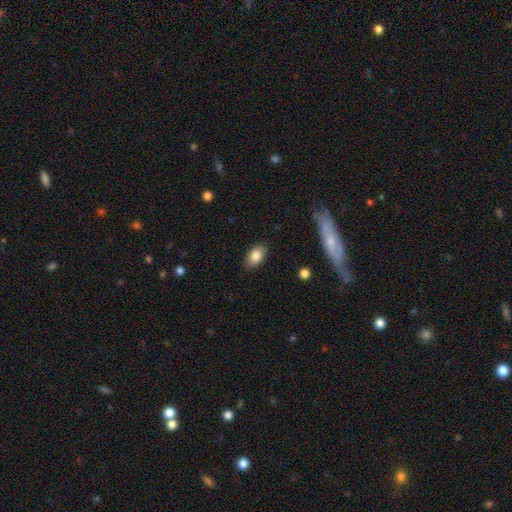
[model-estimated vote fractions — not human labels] This is clearly a smooth galaxy (83%). How rounded: clearly in between (90%). Merging: clearly none (86%).